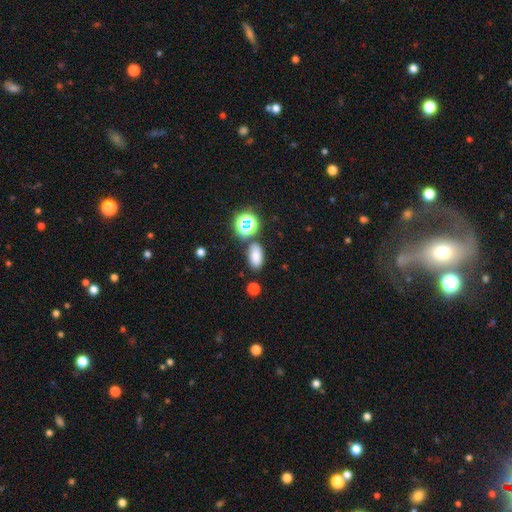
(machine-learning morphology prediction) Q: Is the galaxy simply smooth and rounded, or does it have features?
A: smooth — 77%.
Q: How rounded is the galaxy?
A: in between — 88%.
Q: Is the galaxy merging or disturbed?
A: none — 80%.